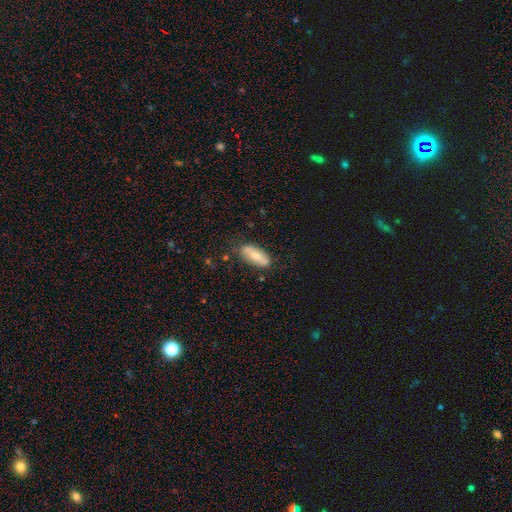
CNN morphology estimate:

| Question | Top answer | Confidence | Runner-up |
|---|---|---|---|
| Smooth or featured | smooth | 63% | featured or disk (31%) |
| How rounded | in between | 77% | cigar-shaped (21%) |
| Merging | none | 74% | minor disturbance (18%) |